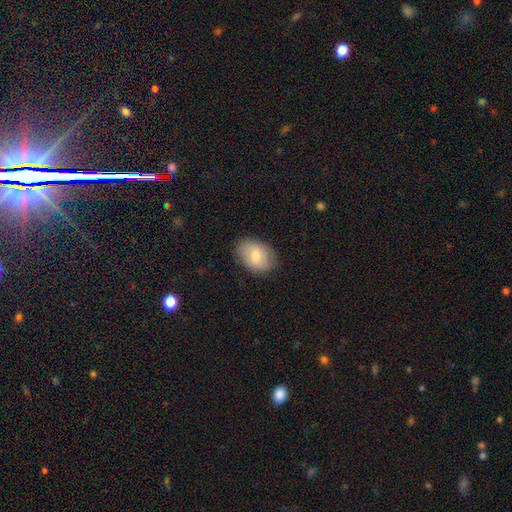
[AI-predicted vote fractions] Smooth or featured: smooth — 72% (featured or disk — 21%)
How rounded: in between — 74% (round — 25%)
Merging: none — 83% (minor disturbance — 13%)